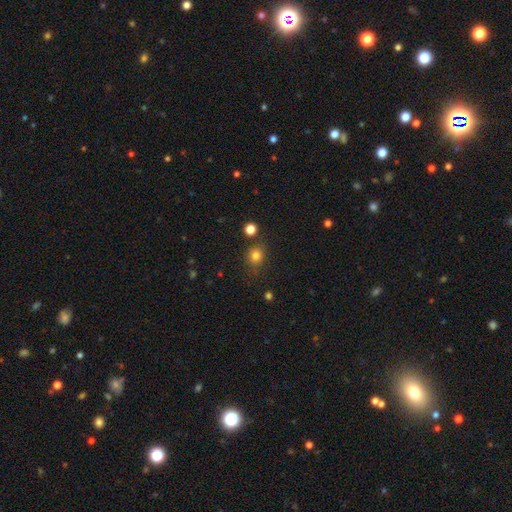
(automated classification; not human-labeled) A smooth galaxy with no disk features (80%) that is round (81%).

Vote fractions:
- Smooth or featured? smooth: 80% / star or artifact: 14% / featured or disk: 6%
- How rounded? round: 81% / in between: 18% / cigar-shaped: 1%
- Merging? none: 77% / minor disturbance: 13% / merger: 6% / major disturbance: 4%